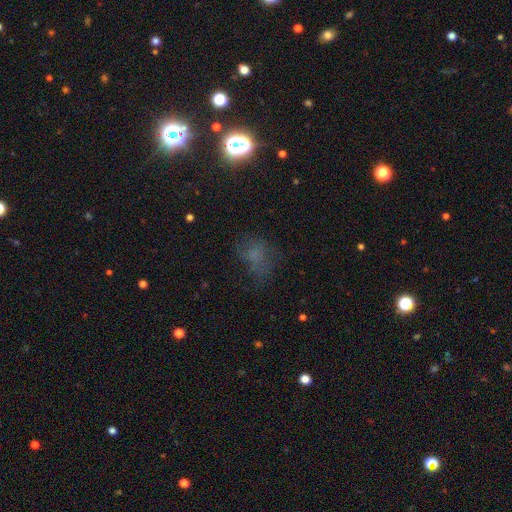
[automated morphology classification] Smooth or featured? smooth (51%)
How rounded? in between (51%)
Merging? none (53%)